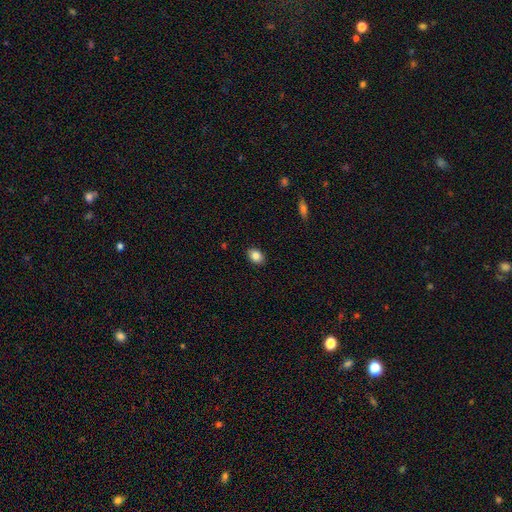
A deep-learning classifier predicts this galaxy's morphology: The model was most divided on "how rounded": in between: 69%, round: 29%, cigar-shaped: 1%. More confident: merging — none (89%); smooth or featured — smooth (84%).